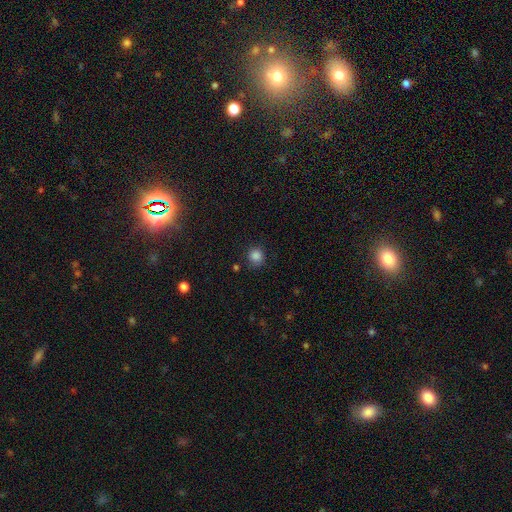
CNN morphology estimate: The model was most divided on "merging": none: 80%, minor disturbance: 14%, major disturbance: 4%, merger: 2%. More confident: how rounded — round (90%); smooth or featured — smooth (84%).